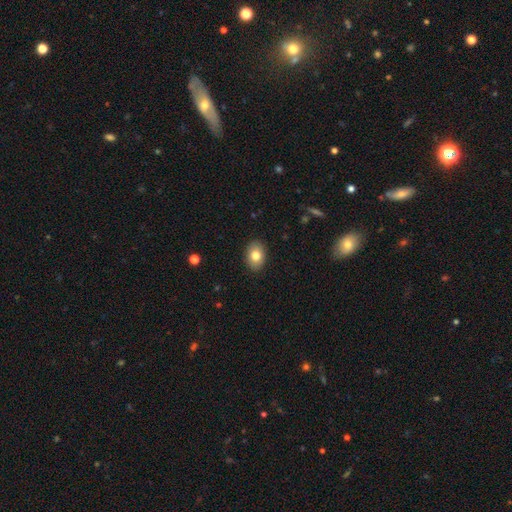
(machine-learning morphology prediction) A smooth galaxy with no disk features (80%) that is in between round and cigar-shaped (80%). Merging: none (89%).